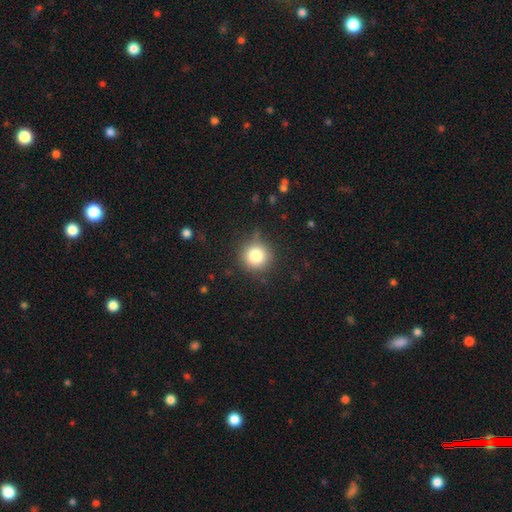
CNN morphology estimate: Smooth or featured? smooth (81%)
How rounded? round (93%)
Merging? none (81%)